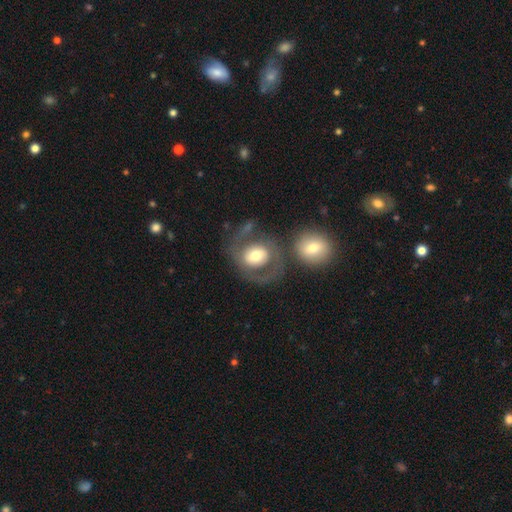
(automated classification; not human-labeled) A featured or disk galaxy (55%) with no bar (61%), spiral arms (61%) and a moderate central bulge (55%). Merging: none (53%).